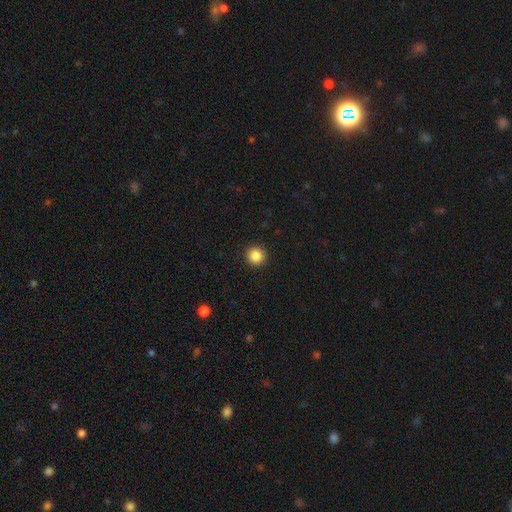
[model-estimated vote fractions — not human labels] Smooth or featured: smooth — 86% (star or artifact — 10%)
How rounded: round — 95% (in between — 4%)
Merging: none — 93% (minor disturbance — 4%)